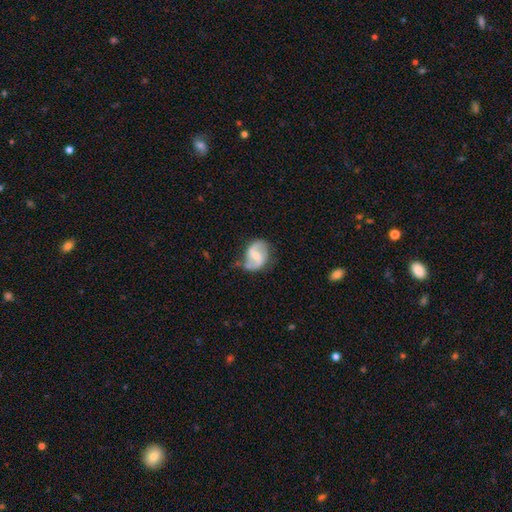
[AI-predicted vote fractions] A featured or disk galaxy (76%) with a weak bar (51%), 2 (89%) loose (49%) spiral arms (92%) and a small central bulge (49%). Merging: none (63%).